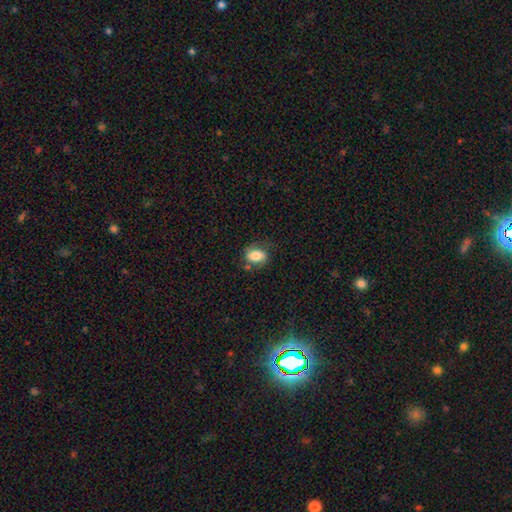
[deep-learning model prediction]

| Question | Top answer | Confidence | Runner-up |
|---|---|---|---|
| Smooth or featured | smooth | 77% | featured or disk (15%) |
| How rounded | in between | 80% | round (18%) |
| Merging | none | 65% | minor disturbance (23%) |